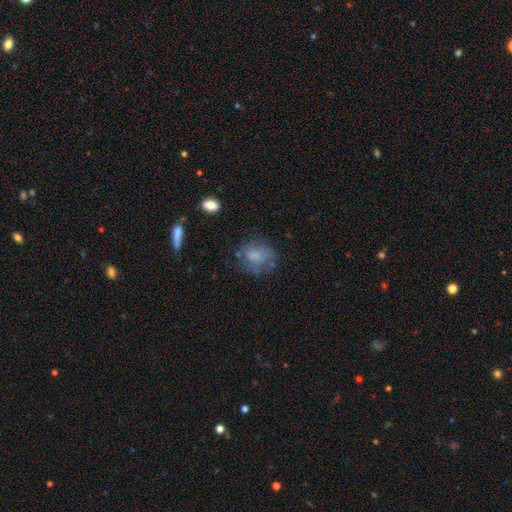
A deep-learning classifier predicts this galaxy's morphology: smooth_or_featured: smooth (p=0.65) [alt: featured or disk p=0.23]
how_rounded: round (p=0.52) [alt: in between p=0.47]
merging: none (p=0.54) [alt: minor disturbance p=0.24]